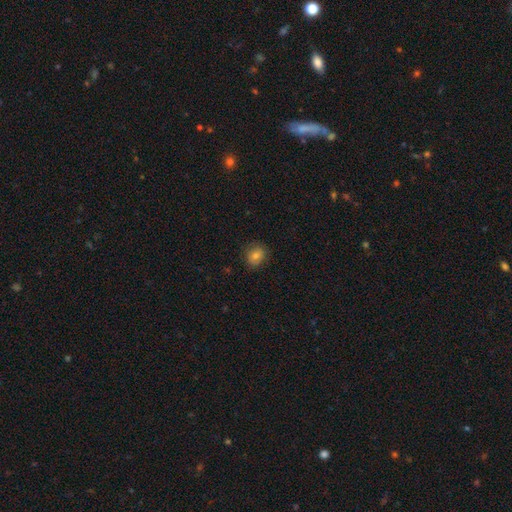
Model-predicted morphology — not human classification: Q: Smooth or featured?
A: smooth (76%); runner-up: star or artifact (13%)
Q: How rounded?
A: round (65%); runner-up: in between (34%)
Q: Merging?
A: none (83%); runner-up: minor disturbance (12%)